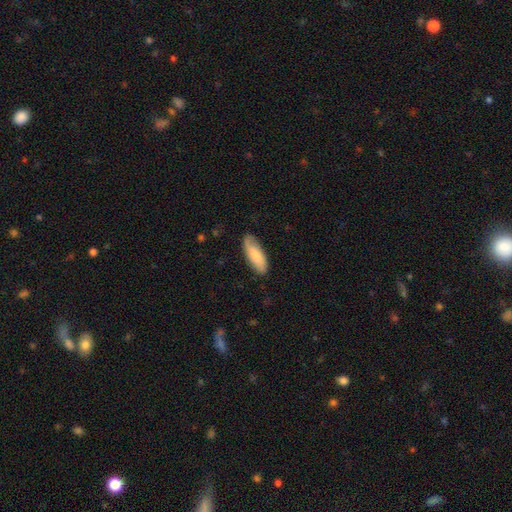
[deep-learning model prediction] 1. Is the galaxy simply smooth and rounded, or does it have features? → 76% smooth, 18% featured or disk, 5% star or artifact.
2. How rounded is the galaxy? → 69% in between, 29% cigar-shaped, 2% round.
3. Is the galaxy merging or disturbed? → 77% none, 18% minor disturbance, 4% major disturbance, 1% merger.